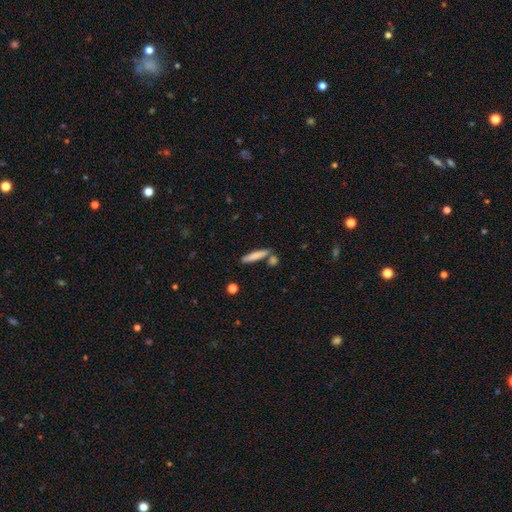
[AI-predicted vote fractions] A smooth galaxy with no disk features (78%) that is cigar-shaped (87%).

Vote fractions:
- Smooth or featured? smooth: 78% / featured or disk: 16% / star or artifact: 6%
- How rounded? cigar-shaped: 87% / in between: 11% / round: 2%
- Merging? none: 75% / merger: 12% / minor disturbance: 11% / major disturbance: 3%